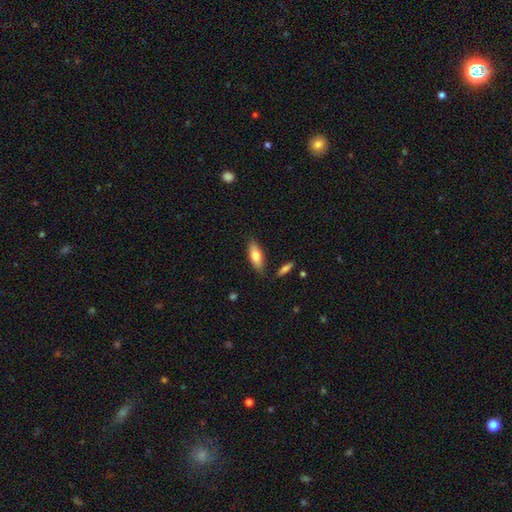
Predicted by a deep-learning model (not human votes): smooth-or-featured: smooth: 74% | featured or disk: 20% | star or artifact: 6%
  how-rounded: in between: 68% | cigar-shaped: 29% | round: 2%
  merging: none: 79% | minor disturbance: 14% | merger: 4% | major disturbance: 3%